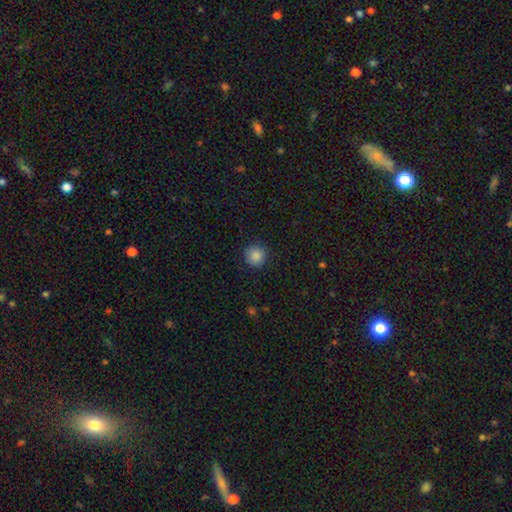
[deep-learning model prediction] smooth-or-featured: smooth: 87% | star or artifact: 10% | featured or disk: 3%
  how-rounded: round: 94% | in between: 5% | cigar-shaped: 1%
  merging: none: 89% | minor disturbance: 8% | major disturbance: 2% | merger: 1%